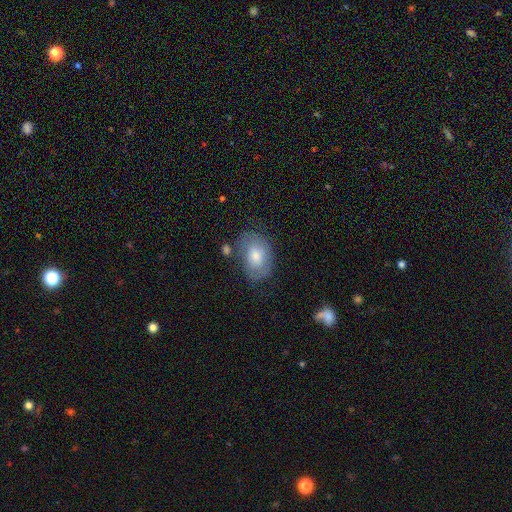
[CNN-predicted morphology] Q: Smooth or featured?
A: smooth (57%); runner-up: featured or disk (35%)
Q: How rounded?
A: in between (84%); runner-up: round (15%)
Q: Merging?
A: none (64%); runner-up: minor disturbance (23%)